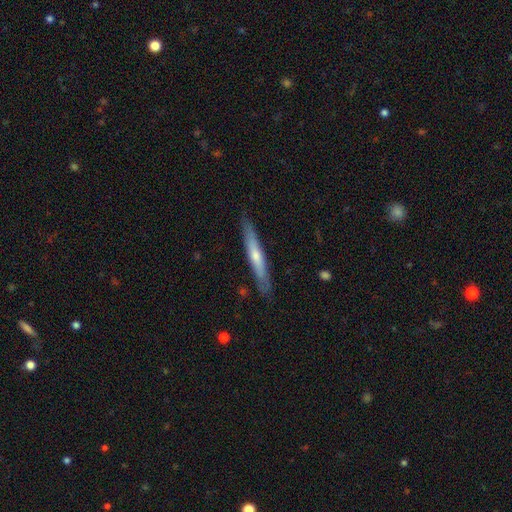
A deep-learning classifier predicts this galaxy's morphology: Smooth or featured?
  - featured or disk: 51% *
  - smooth: 44%
  - star or artifact: 6%
Edge-on disk?
  - yes: 91% *
  - no: 9%
Merging?
  - none: 85% *
  - minor disturbance: 11%
  - major disturbance: 2%
  - merger: 1%